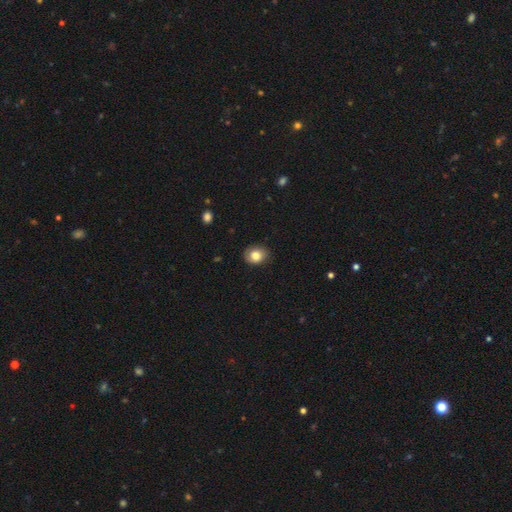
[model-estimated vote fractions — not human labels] smooth_or_featured: smooth (p=0.82) [alt: featured or disk p=0.09]
how_rounded: round (p=0.50) [alt: in between p=0.49]
merging: none (p=0.84) [alt: minor disturbance p=0.13]